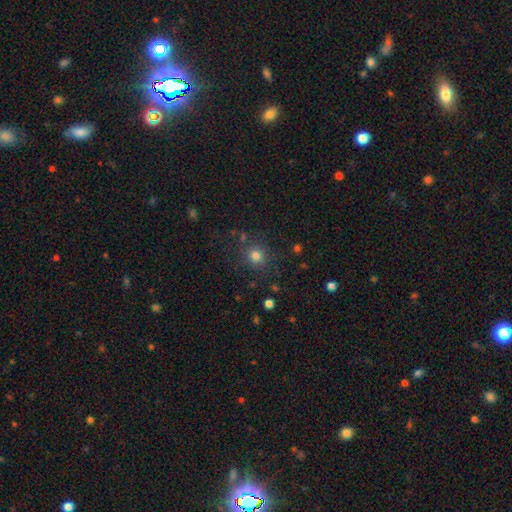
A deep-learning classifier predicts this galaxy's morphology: smooth 78%, star or artifact 15%, featured or disk 6%. Down the decision tree: how rounded — round (90%); merging — none (84%).